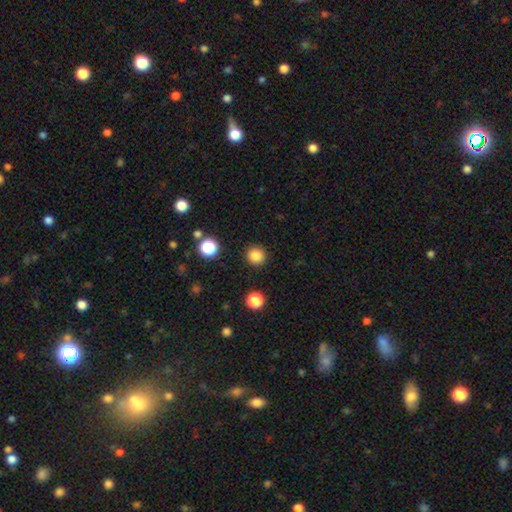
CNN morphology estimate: smooth_or_featured: smooth (p=0.84) [alt: star or artifact p=0.12]
how_rounded: round (p=0.92) [alt: in between p=0.07]
merging: none (p=0.91) [alt: minor disturbance p=0.06]